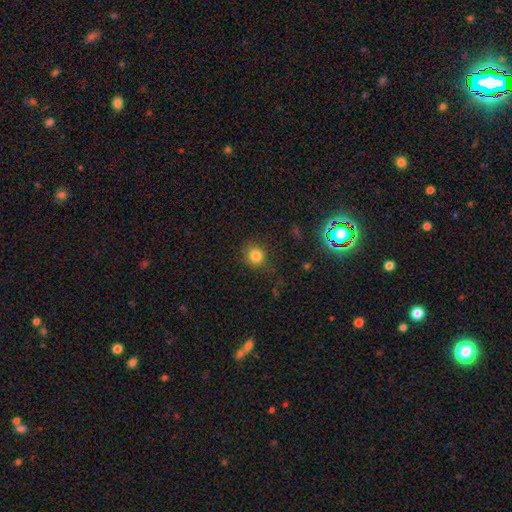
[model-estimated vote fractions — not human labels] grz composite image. It shows a smooth galaxy with no disk features (81%) that is round (85%). Merging: none (80%).